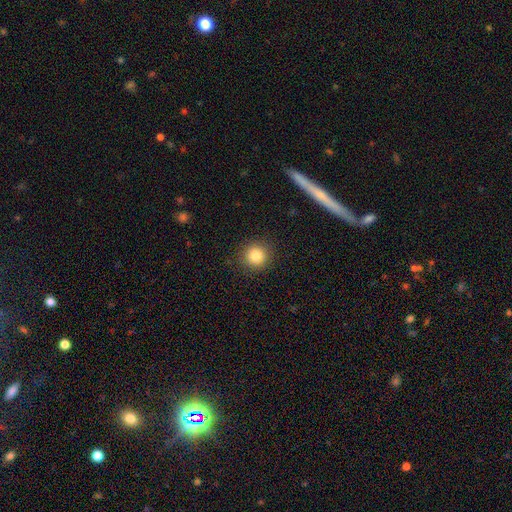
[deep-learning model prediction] Morphology: type=smooth (84%); roundness=round (92%); merging=none (90%).